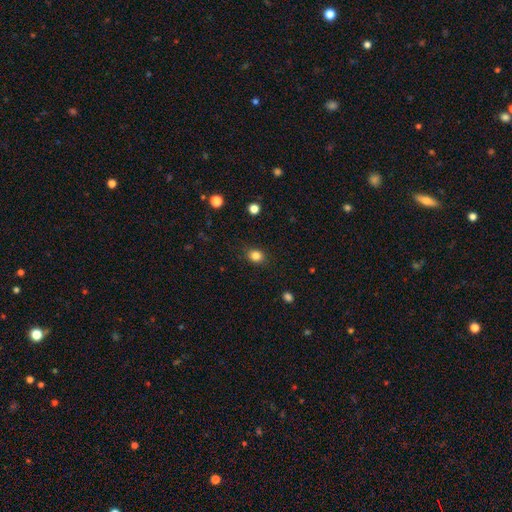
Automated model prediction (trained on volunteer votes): Morphology: type=smooth (84%); roundness=round (62%); merging=none (85%).